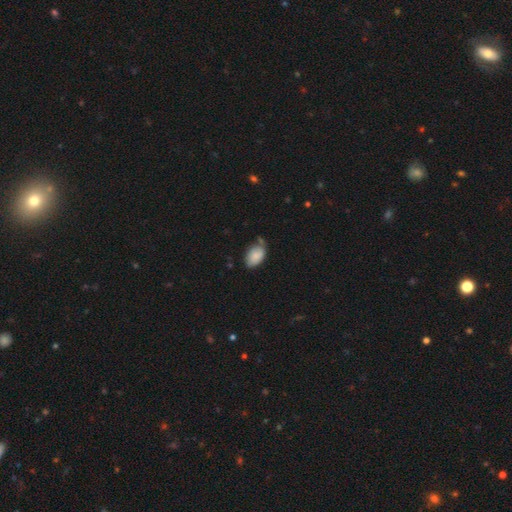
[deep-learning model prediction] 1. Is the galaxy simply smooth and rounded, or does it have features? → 84% smooth, 9% featured or disk, 7% star or artifact.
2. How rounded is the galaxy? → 92% in between, 7% round, 1% cigar-shaped.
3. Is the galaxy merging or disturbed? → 57% none, 30% minor disturbance, 7% major disturbance, 6% merger.